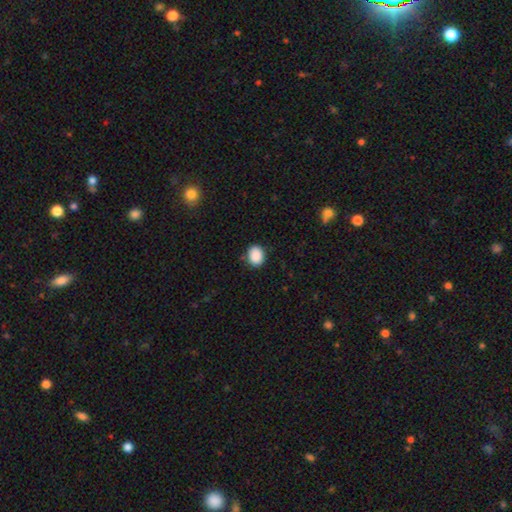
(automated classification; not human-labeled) This appears to be a smooth galaxy with no disk features (89%) that is in between round and cigar-shaped (56%). Merging: none (84%).